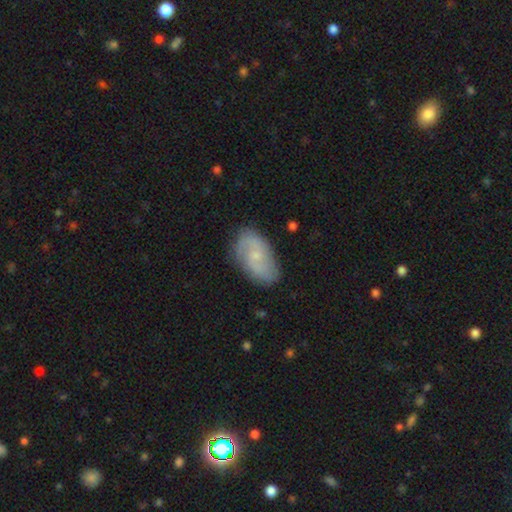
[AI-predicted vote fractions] Smooth or featured? Predicted: featured or disk (p=0.63). Edge-on disk? Predicted: no (p=0.96). Bar? Predicted: no (p=0.64). Spiral arms? Predicted: yes (p=0.89). Spiral winding? Predicted: medium (p=0.44). Spiral arm count? Predicted: 2 (p=0.69). Bulge size? Predicted: small (p=0.71). Merging? Predicted: none (p=0.77).